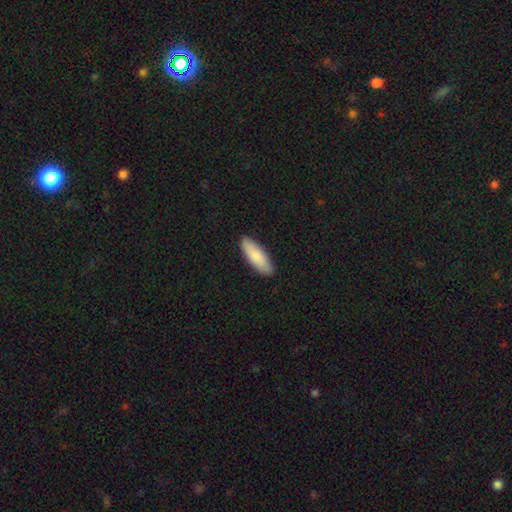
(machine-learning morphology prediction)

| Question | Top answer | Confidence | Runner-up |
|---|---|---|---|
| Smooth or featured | smooth | 86% | featured or disk (10%) |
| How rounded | in between | 59% | cigar-shaped (39%) |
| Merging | none | 89% | minor disturbance (9%) |